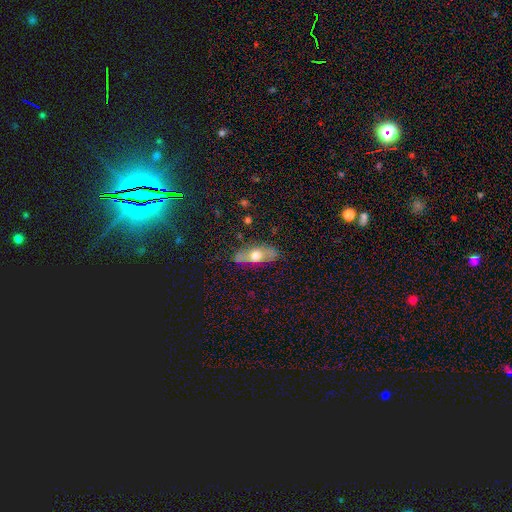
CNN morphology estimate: This appears to be a smooth galaxy with no disk features (53%) that is in between round and cigar-shaped (72%). Merging: none (81%).